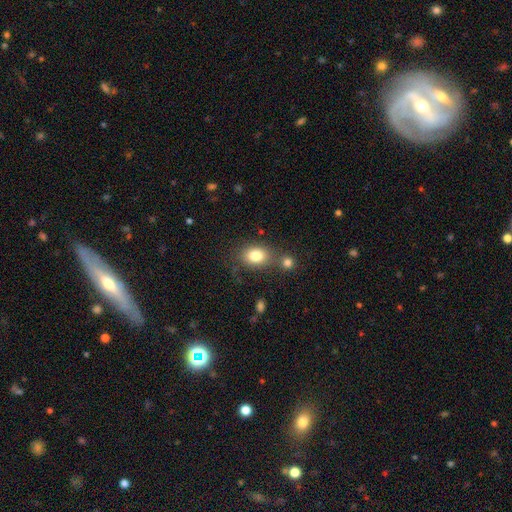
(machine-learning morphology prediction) smooth 81%, star or artifact 10%, featured or disk 10%. Down the decision tree: how rounded — in between (64%); merging — none (60%).